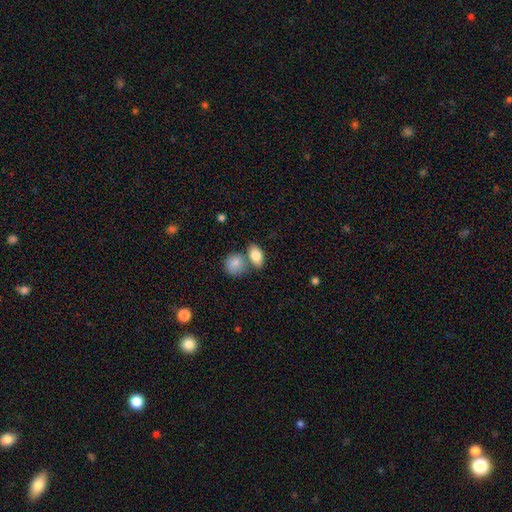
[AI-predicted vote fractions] Overall: smooth (83%). How rounded: in between (87%). Merging: none (51%; merger 35%).